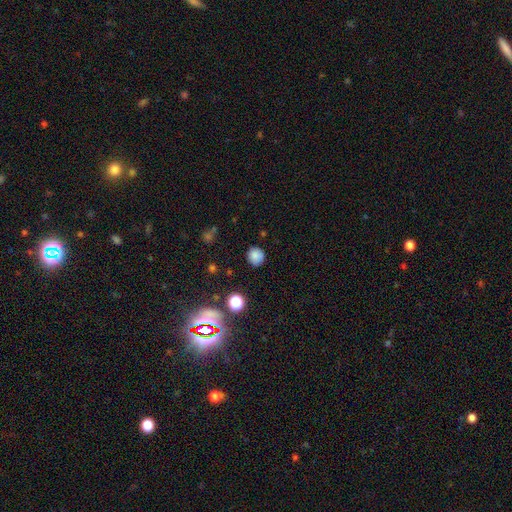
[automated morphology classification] smooth_or_featured: smooth (p=0.81) [alt: star or artifact p=0.14]
how_rounded: round (p=0.87) [alt: in between p=0.12]
merging: none (p=0.84) [alt: minor disturbance p=0.12]